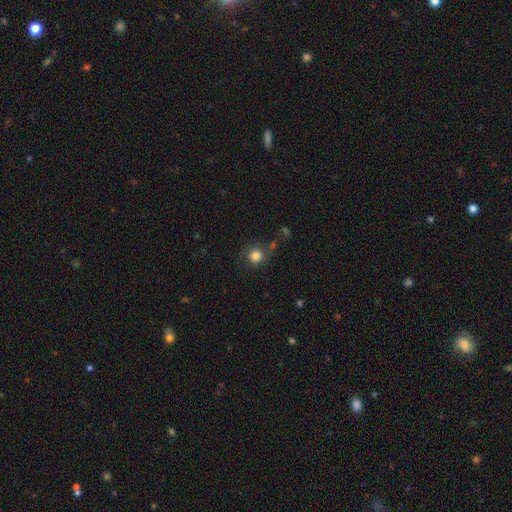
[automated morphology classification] A smooth galaxy with no disk features (82%) that is round (91%). Merging: none (74%).